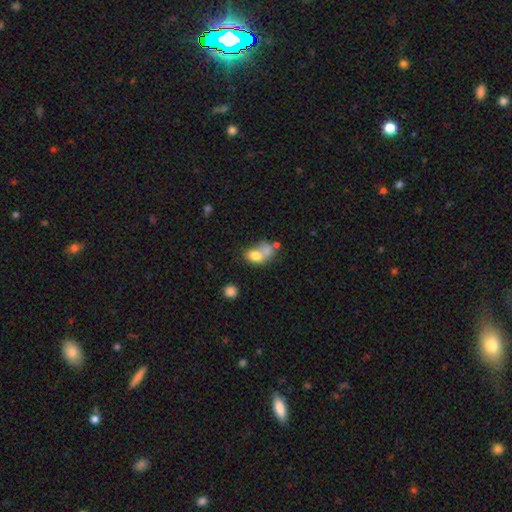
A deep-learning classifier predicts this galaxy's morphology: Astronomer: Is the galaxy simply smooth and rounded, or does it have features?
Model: smooth — 71%.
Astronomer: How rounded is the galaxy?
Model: in between — 69%.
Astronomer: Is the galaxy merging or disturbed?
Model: merger — 55%.